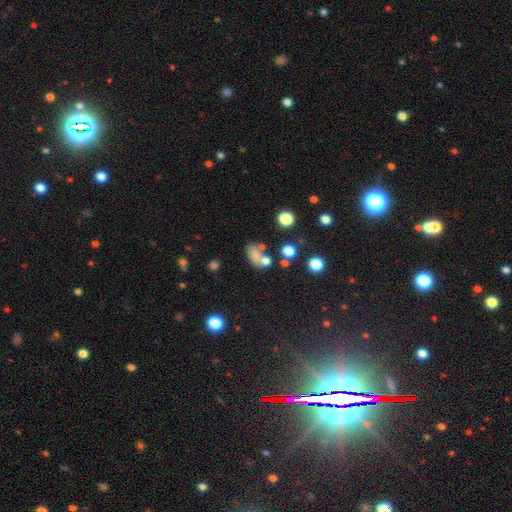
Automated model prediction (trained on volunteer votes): Smooth or featured? smooth (68%)
How rounded? in between (78%)
Merging? none (41%)